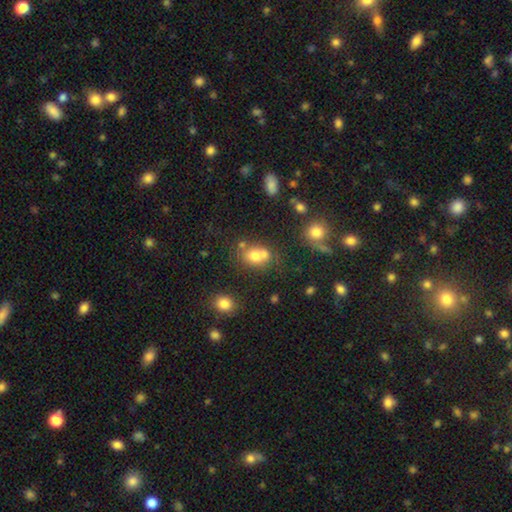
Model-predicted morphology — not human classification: The model was most divided on "merging": merger: 43%, none: 41%, minor disturbance: 11%, major disturbance: 5%. More confident: smooth or featured — smooth (71%); how rounded — round (57%).